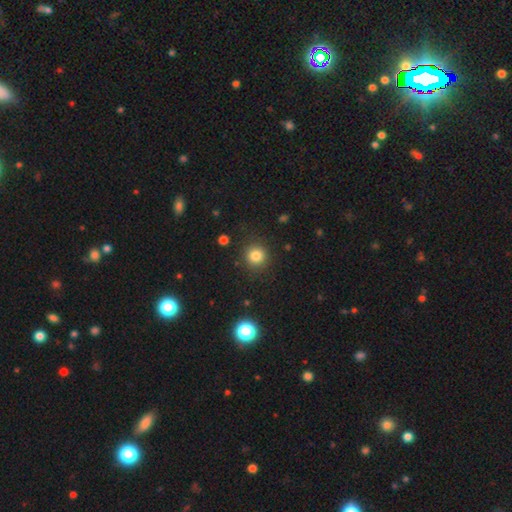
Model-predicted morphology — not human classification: Smooth or featured?
  - smooth: 82% *
  - star or artifact: 13%
  - featured or disk: 5%
How rounded?
  - round: 93% *
  - in between: 6%
  - cigar-shaped: 1%
Merging?
  - none: 89% *
  - minor disturbance: 7%
  - major disturbance: 3%
  - merger: 1%